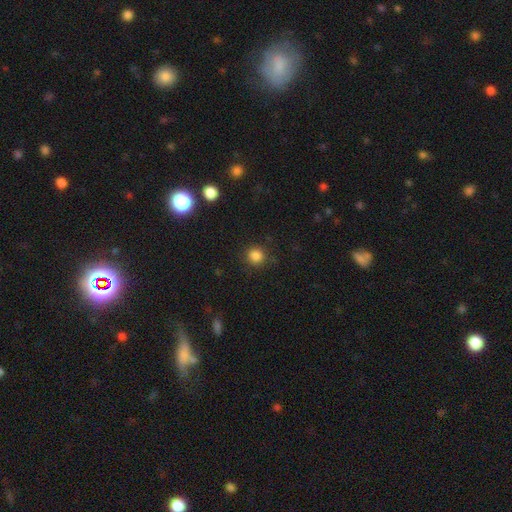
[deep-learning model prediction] This is clearly a smooth galaxy (84%). How rounded: clearly round (93%). Merging: clearly none (88%).